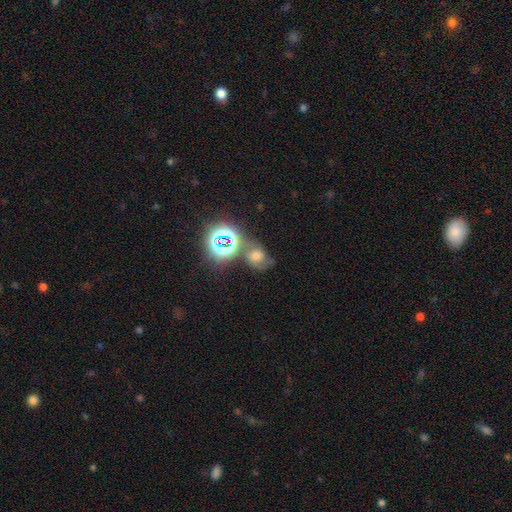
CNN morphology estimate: Smooth or featured: star or artifact — 38% (smooth — 37%)